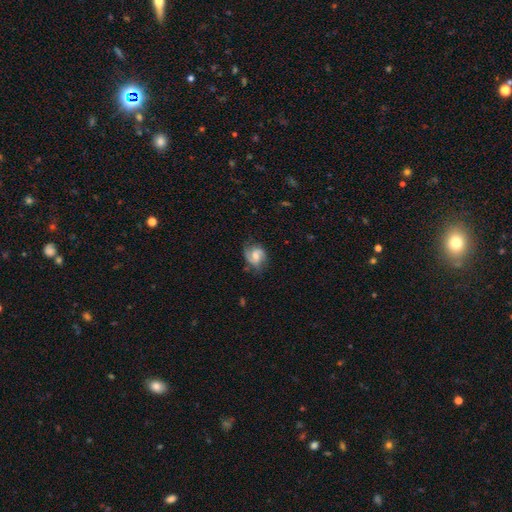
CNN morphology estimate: This appears to be a featured or disk galaxy (73%) with a weak bar (48%), 2 (82%) medium (48%) spiral arms (94%) and a moderate central bulge (55%). Merging: none (68%).